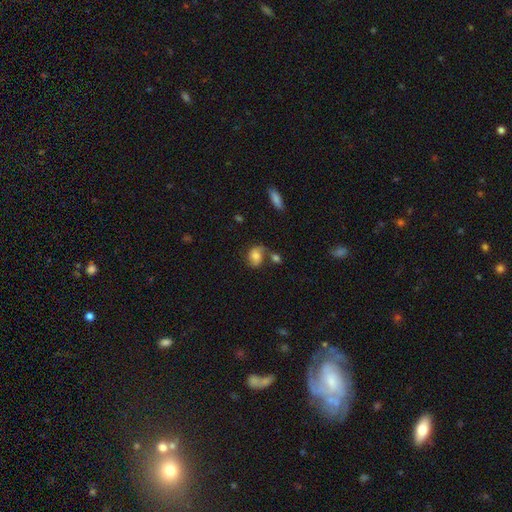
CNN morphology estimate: smooth_or_featured: smooth (p=0.59) [alt: featured or disk p=0.32]
how_rounded: in between (p=0.62) [alt: round p=0.37]
merging: none (p=0.39) [alt: merger p=0.27]